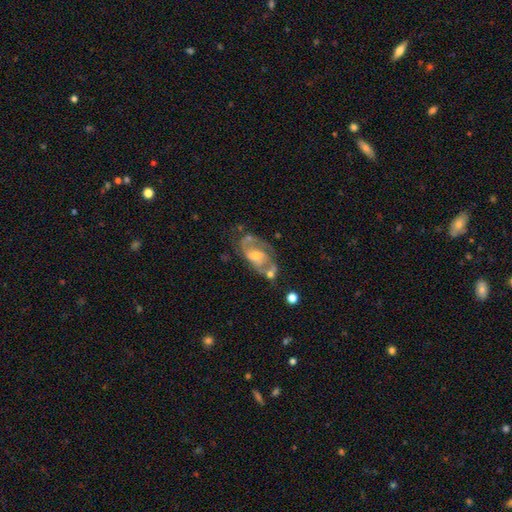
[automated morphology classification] Q: Smooth or featured?
A: featured or disk (76%); runner-up: smooth (16%)
Q: Edge-on disk?
A: no (95%); runner-up: yes (5%)
Q: Bar?
A: no (51%); runner-up: weak (39%)
Q: Spiral arms?
A: yes (83%); runner-up: no (17%)
Q: Spiral winding?
A: medium (49%); runner-up: tight (30%)
Q: Spiral arm count?
A: 2 (68%); runner-up: can't tell (17%)
Q: Bulge size?
A: moderate (50%); runner-up: small (41%)
Q: Merging?
A: none (45%); runner-up: minor disturbance (22%)